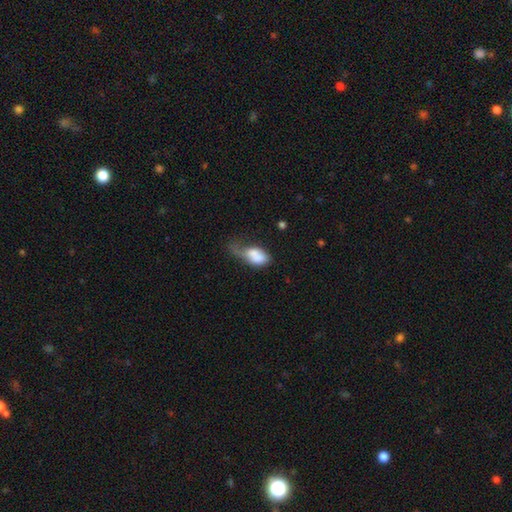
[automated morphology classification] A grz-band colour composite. It shows a smooth galaxy with no disk features (69%) that is in between round and cigar-shaped (82%). Merging: major disturbance (34%).